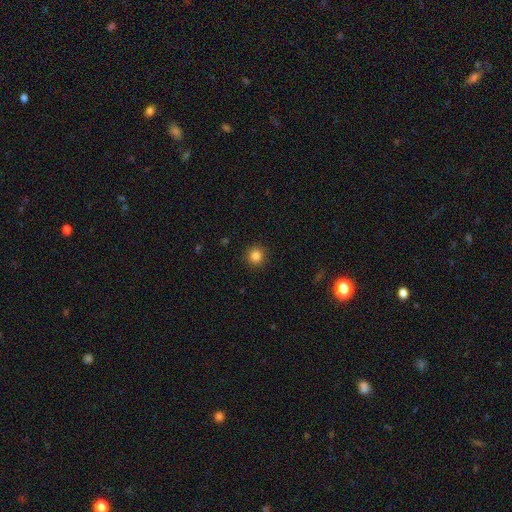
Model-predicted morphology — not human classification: The model was most divided on "smooth or featured": smooth: 85%, star or artifact: 12%, featured or disk: 4%. More confident: how rounded — round (94%); merging — none (92%).